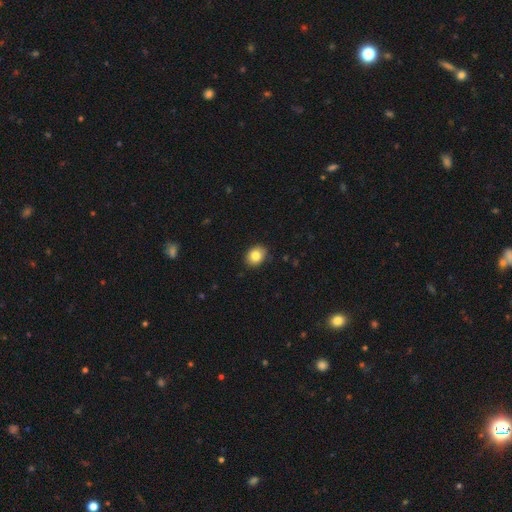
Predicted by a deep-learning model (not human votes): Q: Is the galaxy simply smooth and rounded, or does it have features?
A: smooth — 84%.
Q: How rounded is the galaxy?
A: in between — 53%.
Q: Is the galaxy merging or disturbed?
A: none — 87%.